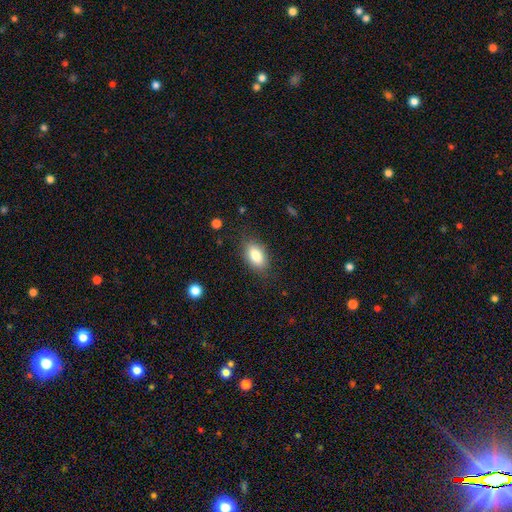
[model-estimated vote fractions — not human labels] Smooth or featured: smooth — 83% (featured or disk — 10%)
How rounded: in between — 90% (round — 6%)
Merging: none — 83% (minor disturbance — 12%)